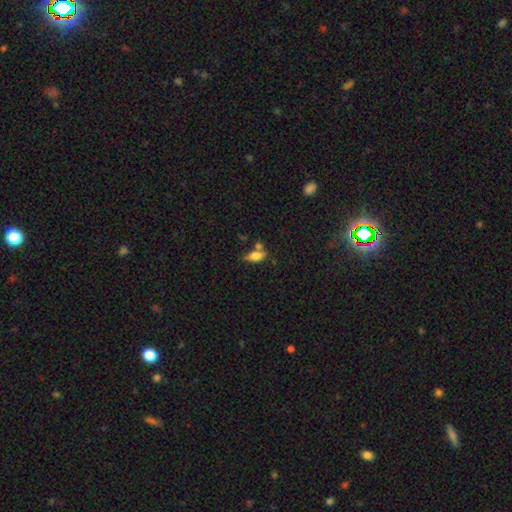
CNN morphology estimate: Overall: smooth (66%). How rounded: in between (78%). Merging: none (53%; merger 21%).